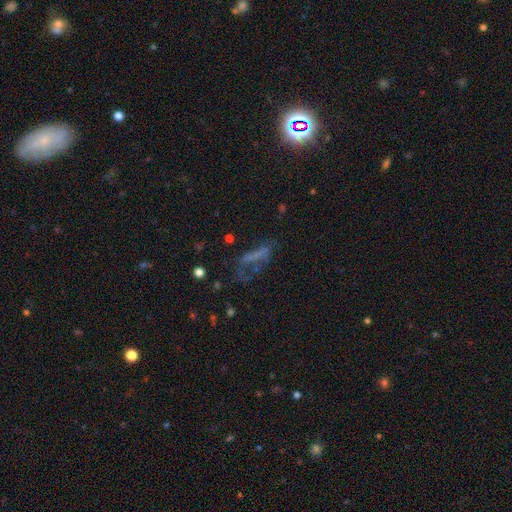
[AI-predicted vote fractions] Smooth or featured: smooth — 38% (featured or disk — 36%)
Merging: none — 37% (major disturbance — 36%)